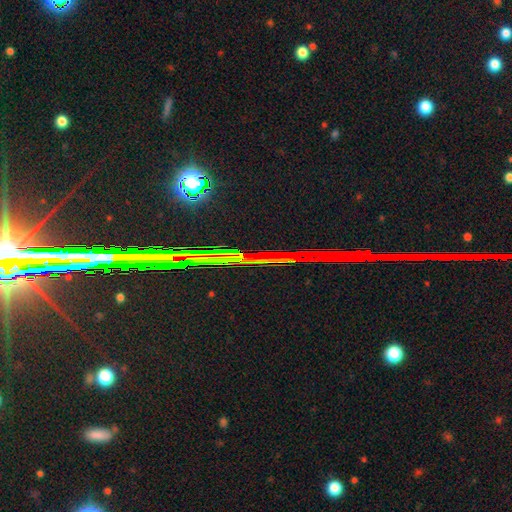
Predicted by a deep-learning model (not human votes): The model was most divided on "smooth or featured": star or artifact: 85%, featured or disk: 9%, smooth: 6%.